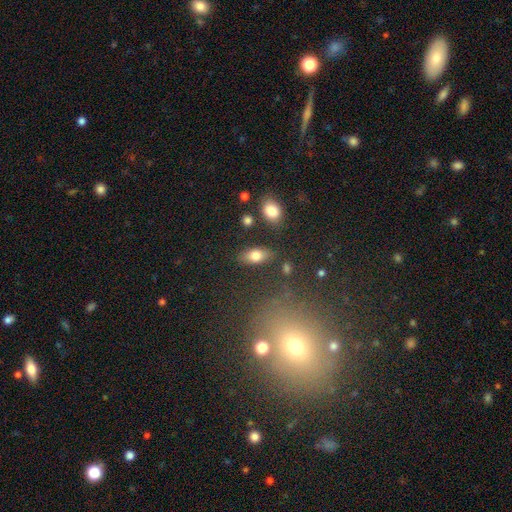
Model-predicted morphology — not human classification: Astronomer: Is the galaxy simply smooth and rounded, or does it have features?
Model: smooth — 79%.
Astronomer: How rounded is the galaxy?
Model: in between — 88%.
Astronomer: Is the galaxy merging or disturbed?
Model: none — 82%.